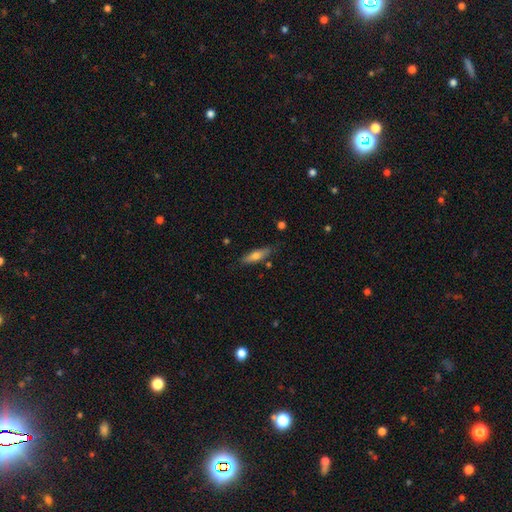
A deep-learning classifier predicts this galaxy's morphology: Smooth or featured? Predicted: smooth (p=0.64). How rounded? Predicted: cigar-shaped (p=0.62). Merging? Predicted: none (p=0.80).